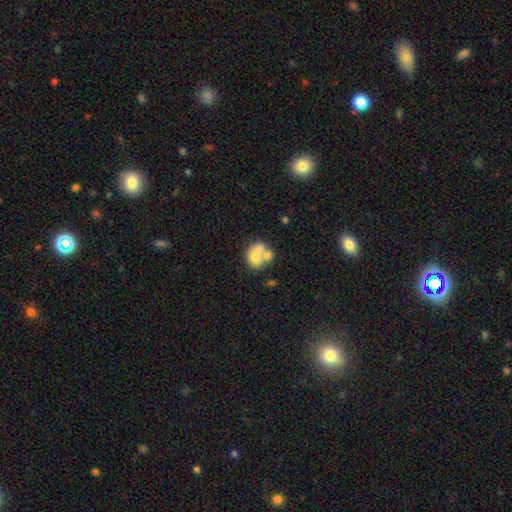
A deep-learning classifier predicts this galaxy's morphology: Q: Smooth or featured?
A: smooth (57%); runner-up: featured or disk (33%)
Q: How rounded?
A: round (66%); runner-up: in between (33%)
Q: Merging?
A: merger (60%); runner-up: none (26%)